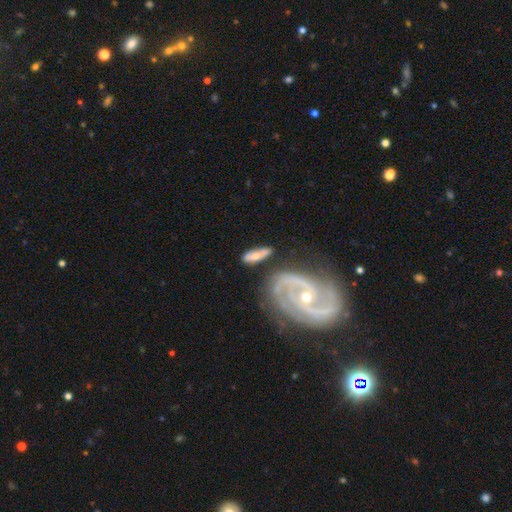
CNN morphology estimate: Q: Smooth or featured?
A: smooth (53%); runner-up: featured or disk (40%)
Q: How rounded?
A: in between (57%); runner-up: cigar-shaped (38%)
Q: Merging?
A: none (56%); runner-up: minor disturbance (21%)